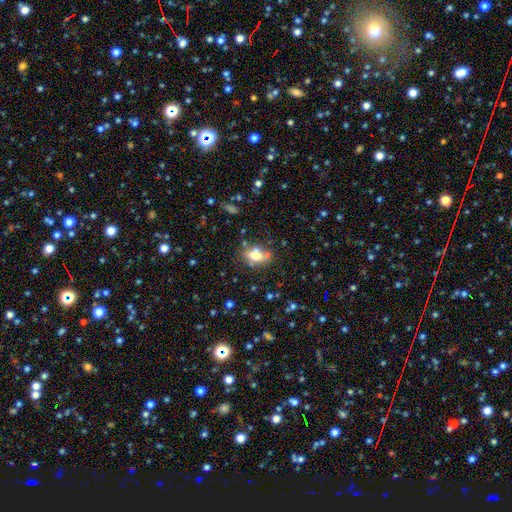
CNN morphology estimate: smooth 63%, featured or disk 24%, star or artifact 13%. Down the decision tree: how rounded — in between (72%); merging — none (61%).